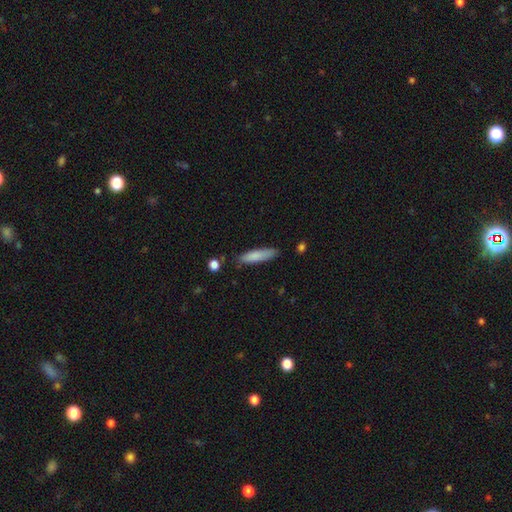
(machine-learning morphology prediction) type=smooth (82%); roundness=cigar-shaped (76%); merging=none (80%).